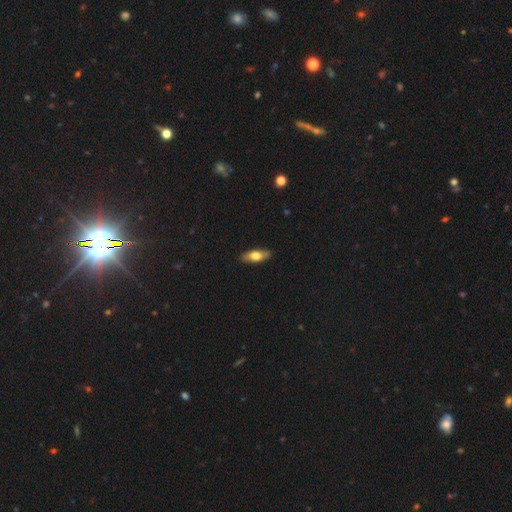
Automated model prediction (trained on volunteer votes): Q: Smooth or featured?
A: smooth (66%); runner-up: featured or disk (28%)
Q: How rounded?
A: in between (70%); runner-up: cigar-shaped (28%)
Q: Merging?
A: none (88%); runner-up: minor disturbance (9%)